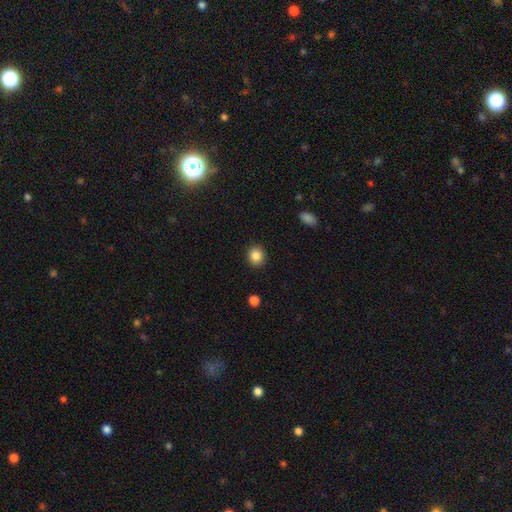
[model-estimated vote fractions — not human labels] Q: Smooth or featured?
A: smooth (86%); runner-up: star or artifact (10%)
Q: How rounded?
A: round (77%); runner-up: in between (22%)
Q: Merging?
A: none (90%); runner-up: minor disturbance (6%)